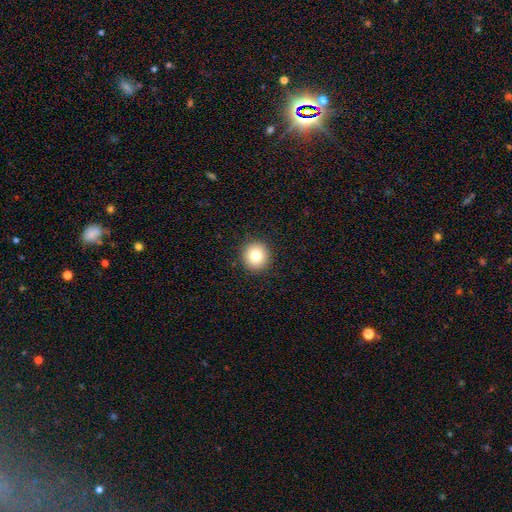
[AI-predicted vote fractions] A smooth galaxy with no disk features (80%) that is round (94%). Merging: none (92%).